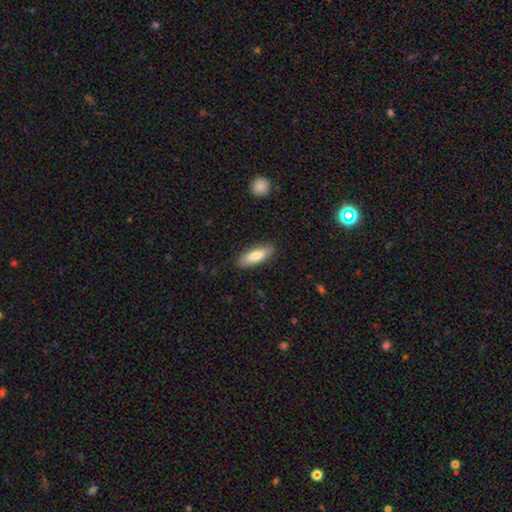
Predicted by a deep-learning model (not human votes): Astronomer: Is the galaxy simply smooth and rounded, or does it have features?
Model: smooth — 79%.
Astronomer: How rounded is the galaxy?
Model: in between — 53% (runner-up: cigar-shaped, 45%).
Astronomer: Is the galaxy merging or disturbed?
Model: none — 87%.